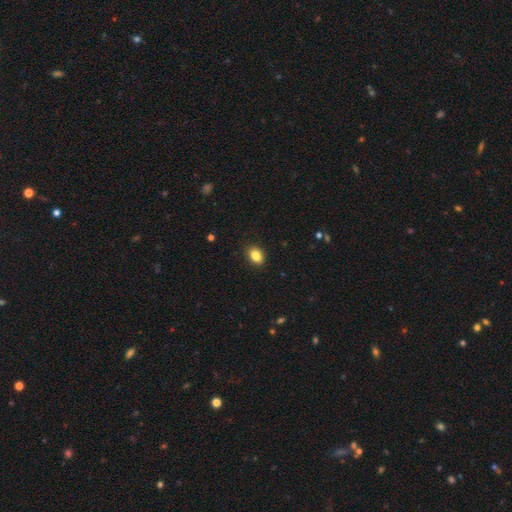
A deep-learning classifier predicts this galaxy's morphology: The model was most divided on "how rounded": in between: 80%, round: 18%, cigar-shaped: 1%. More confident: merging — none (88%); smooth or featured — smooth (86%).